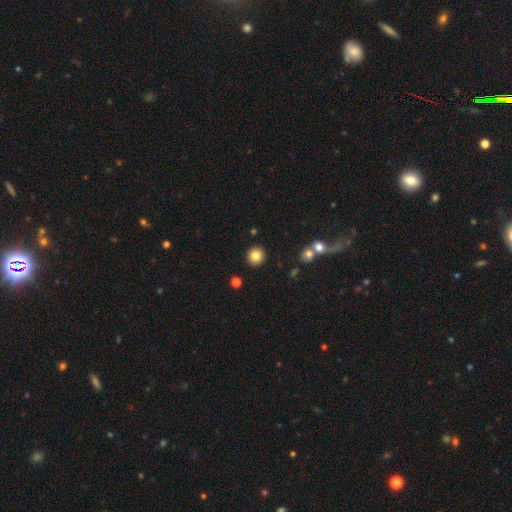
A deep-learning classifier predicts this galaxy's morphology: Smooth or featured: smooth — 83% (star or artifact — 10%)
How rounded: round — 93% (in between — 6%)
Merging: none — 91% (minor disturbance — 5%)